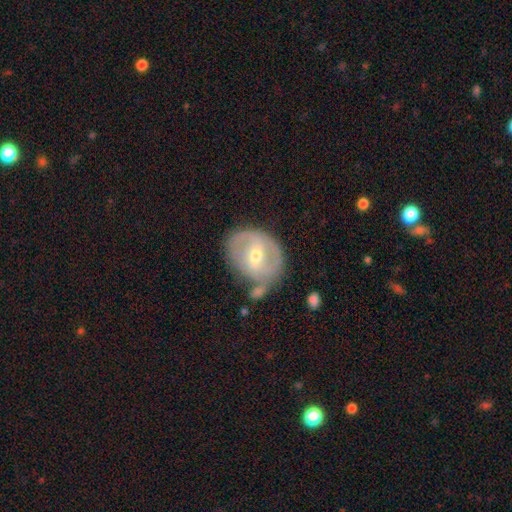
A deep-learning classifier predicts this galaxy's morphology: smooth_or_featured: featured or disk (p=0.68) [alt: smooth p=0.25]
disk_edge_on: no (p=0.95) [alt: yes p=0.05]
bar: weak (p=0.47) [alt: strong p=0.30]
has_spiral_arms: yes (p=0.63) [alt: no p=0.37]
bulge_size: moderate (p=0.54) [alt: small p=0.42]
merging: none (p=0.56) [alt: minor disturbance p=0.22]